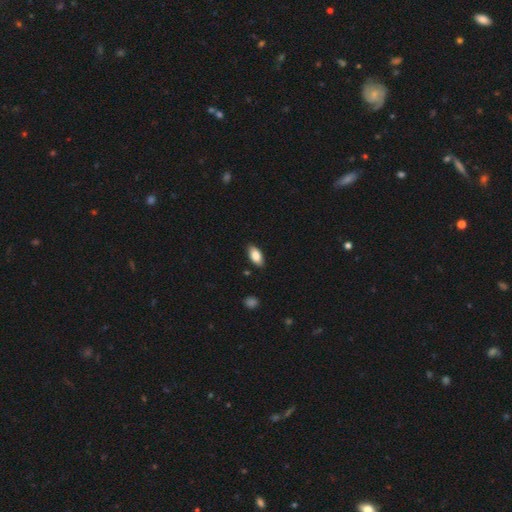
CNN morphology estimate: A smooth galaxy with no disk features (84%) that is in between round and cigar-shaped (90%).

Vote fractions:
- Smooth or featured? smooth: 84% / featured or disk: 9% / star or artifact: 6%
- How rounded? in between: 90% / cigar-shaped: 7% / round: 3%
- Merging? none: 85% / minor disturbance: 12% / major disturbance: 2% / merger: 1%